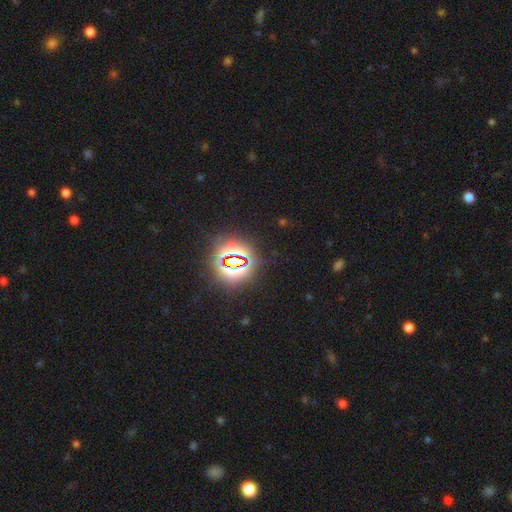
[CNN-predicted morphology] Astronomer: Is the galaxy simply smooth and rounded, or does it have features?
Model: star or artifact — 83%.